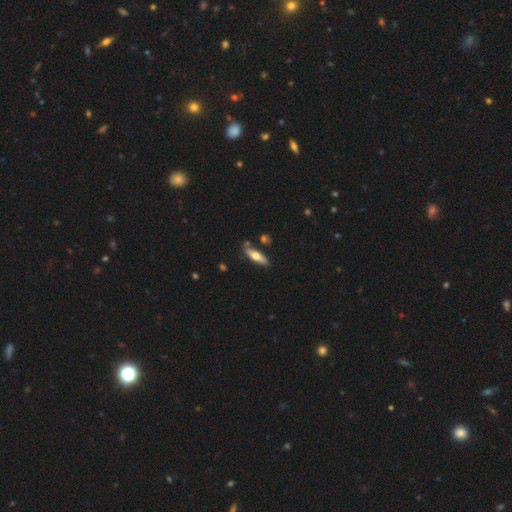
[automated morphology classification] Q: Smooth or featured?
A: smooth (57%); runner-up: featured or disk (37%)
Q: How rounded?
A: cigar-shaped (54%); runner-up: in between (44%)
Q: Merging?
A: none (74%); runner-up: minor disturbance (15%)